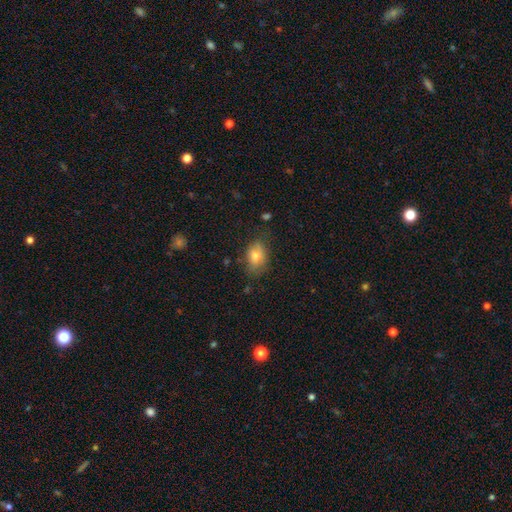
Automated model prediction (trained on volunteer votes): A smooth galaxy with no disk features (78%) that is in between round and cigar-shaped (80%). Merging: none (70%).